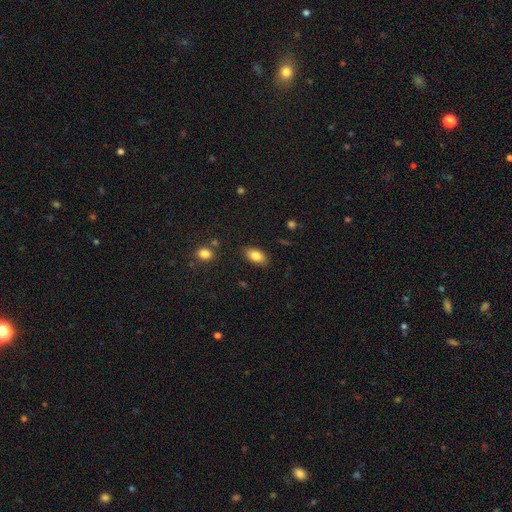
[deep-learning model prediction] Smooth or featured: smooth — 83% (featured or disk — 9%)
How rounded: in between — 91% (round — 5%)
Merging: none — 85% (minor disturbance — 11%)